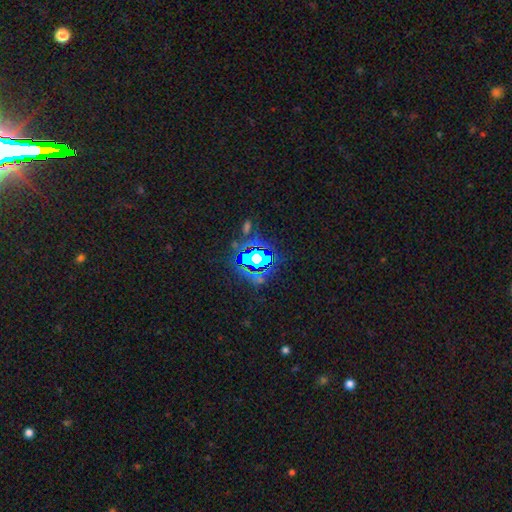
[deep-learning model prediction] Smooth or featured? star or artifact (73%)